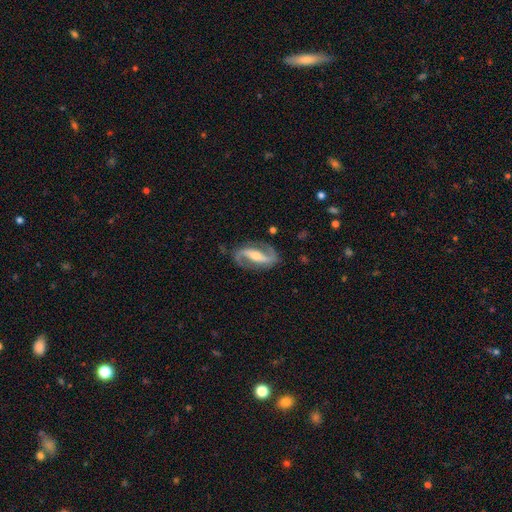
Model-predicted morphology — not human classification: Overall: featured or disk (90%). Edge-on disk: no (95%). Bar: strong (58%; weak 25%). Spiral arms: yes (96%). Spiral arm count: 2 (93%). Spiral winding: medium (46%; loose 36%). Bulge size: moderate (54%; small 38%). Merging: none (83%).